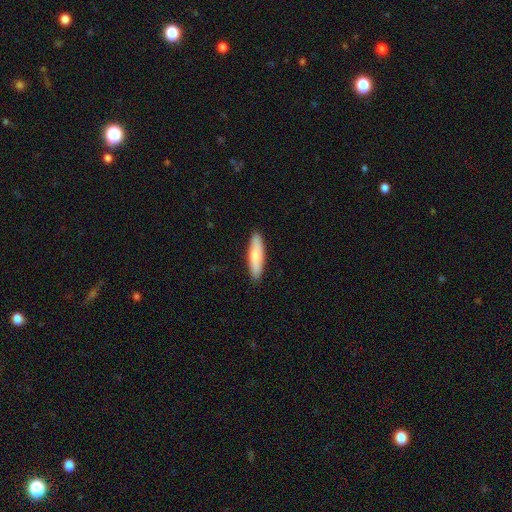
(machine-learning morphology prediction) type=smooth (76%); roundness=cigar-shaped (70%); merging=none (90%).